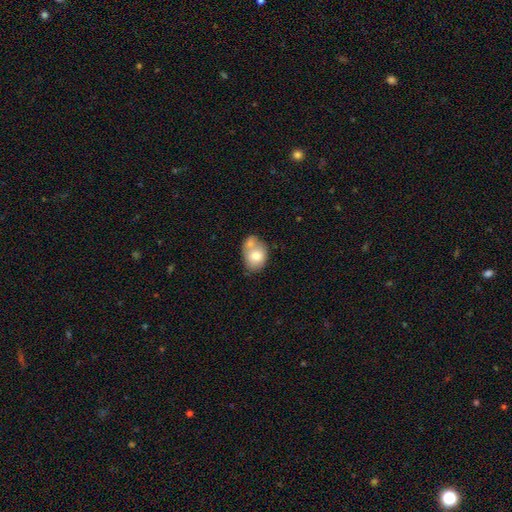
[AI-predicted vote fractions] A smooth galaxy with no disk features (74%) that is in between round and cigar-shaped (67%). Merging: merger (47%).